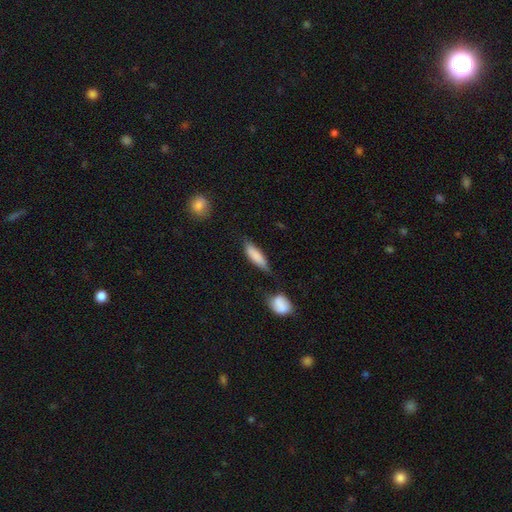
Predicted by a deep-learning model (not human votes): The model was most divided on "how rounded": cigar-shaped: 53%, in between: 45%, round: 2%. More confident: smooth or featured — smooth (81%); merging — none (62%).